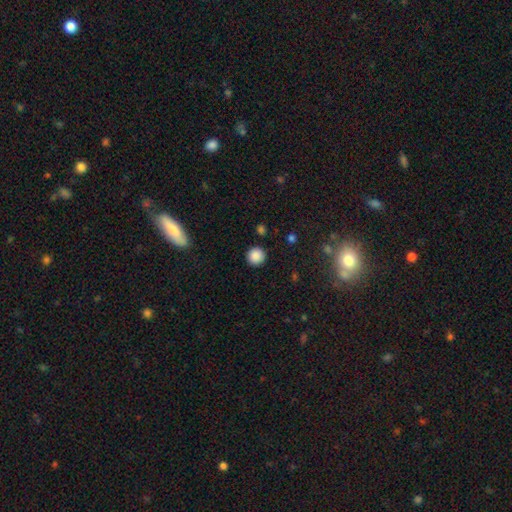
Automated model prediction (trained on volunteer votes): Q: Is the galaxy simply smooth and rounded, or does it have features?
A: smooth — 87%.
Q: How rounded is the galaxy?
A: round — 95%.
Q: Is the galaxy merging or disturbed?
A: none — 91%.